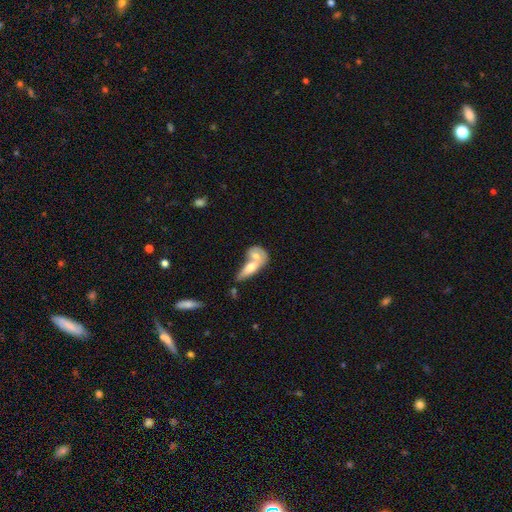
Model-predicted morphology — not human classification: The model was most divided on "smooth or featured": smooth: 58%, featured or disk: 36%, star or artifact: 6%. More confident: how rounded — in between (71%); merging — merger (70%).